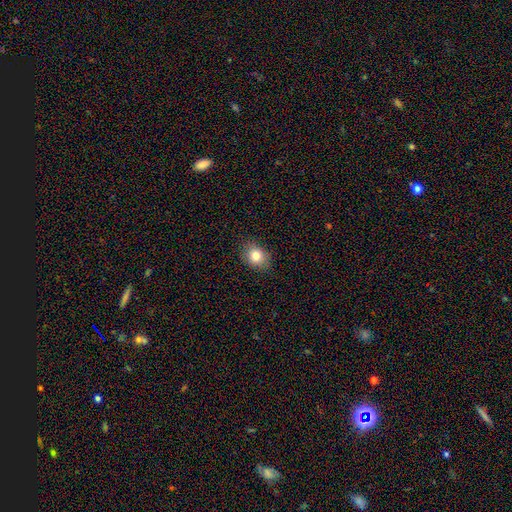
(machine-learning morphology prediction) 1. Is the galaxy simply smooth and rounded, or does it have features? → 80% smooth, 10% star or artifact, 9% featured or disk.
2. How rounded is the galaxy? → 53% round, 46% in between, 1% cigar-shaped.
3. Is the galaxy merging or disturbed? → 86% none, 10% minor disturbance, 2% major disturbance, 1% merger.